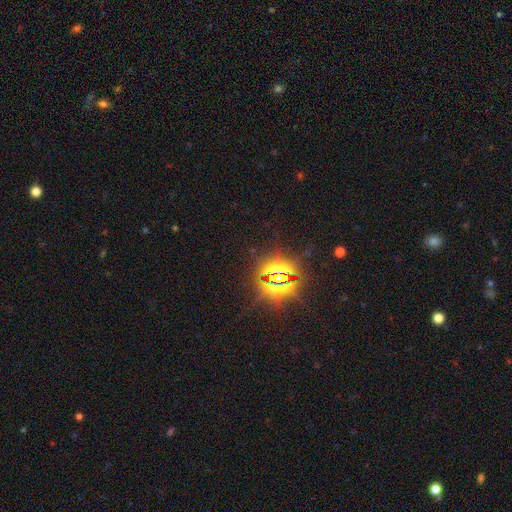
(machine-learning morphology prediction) A star or artifact, not a galaxy (85%).